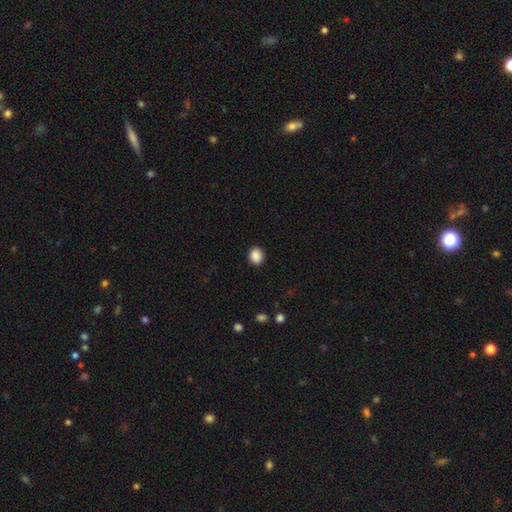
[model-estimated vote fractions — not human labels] Smooth or featured? smooth (89%)
How rounded? round (66%)
Merging? none (90%)